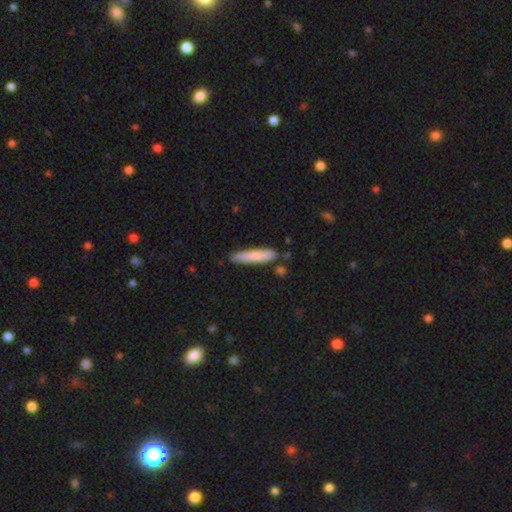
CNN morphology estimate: The model was most divided on "smooth or featured": smooth: 79%, featured or disk: 16%, star or artifact: 5%. More confident: how rounded — cigar-shaped (89%); merging — none (82%).